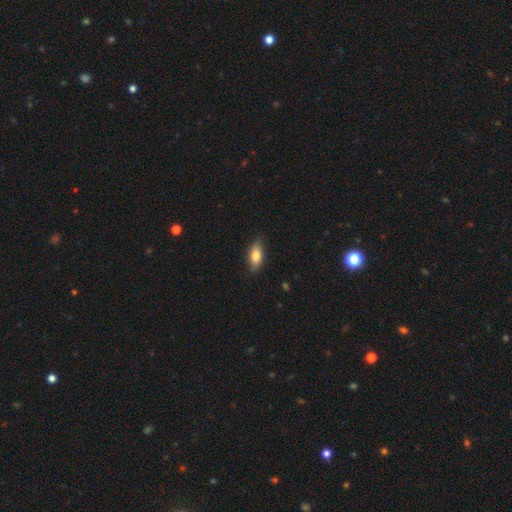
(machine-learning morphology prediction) smooth_or_featured: smooth (p=0.77) [alt: featured or disk p=0.17]
how_rounded: in between (p=0.84) [alt: cigar-shaped p=0.12]
merging: none (p=0.80) [alt: minor disturbance p=0.16]